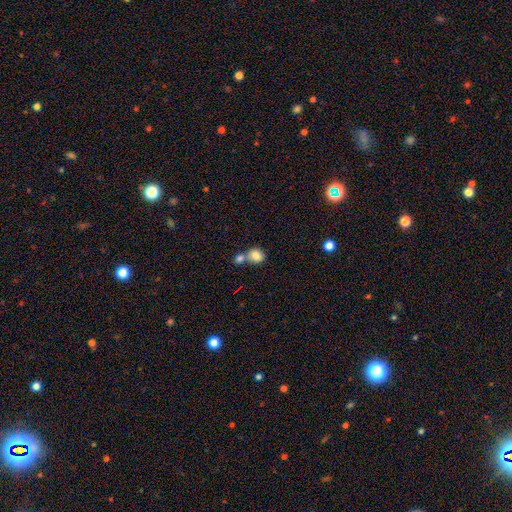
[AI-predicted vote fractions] A smooth galaxy with no disk features (82%) that is round (68%).

Vote fractions:
- Smooth or featured? smooth: 82% / star or artifact: 9% / featured or disk: 9%
- How rounded? round: 68% / in between: 31% / cigar-shaped: 1%
- Merging? merger: 52% / none: 36% / minor disturbance: 8% / major disturbance: 3%